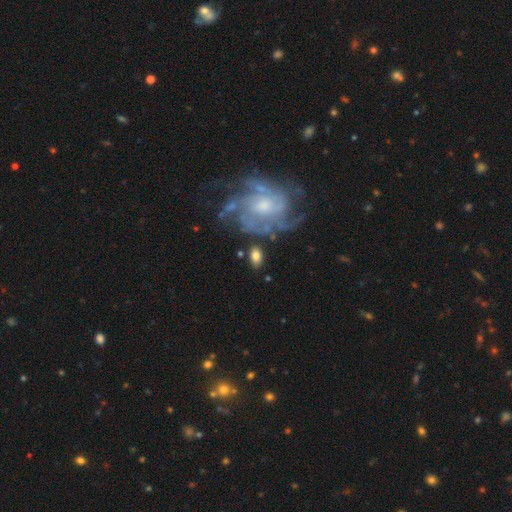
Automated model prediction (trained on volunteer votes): A smooth galaxy with no disk features (68%) that is in between round and cigar-shaped (83%). Merging: none (75%).